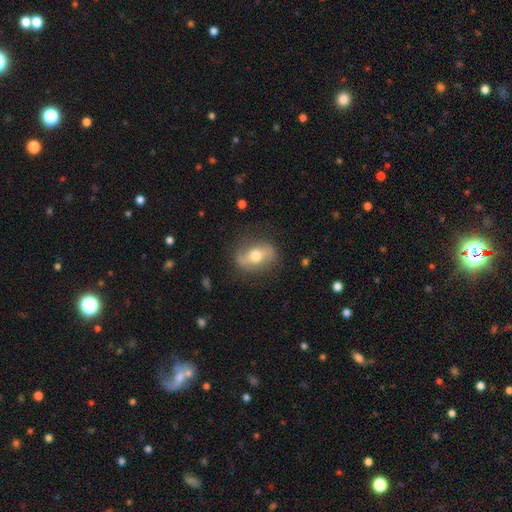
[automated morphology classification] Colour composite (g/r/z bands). It shows a featured or disk galaxy (52%). Merging: none (77%).